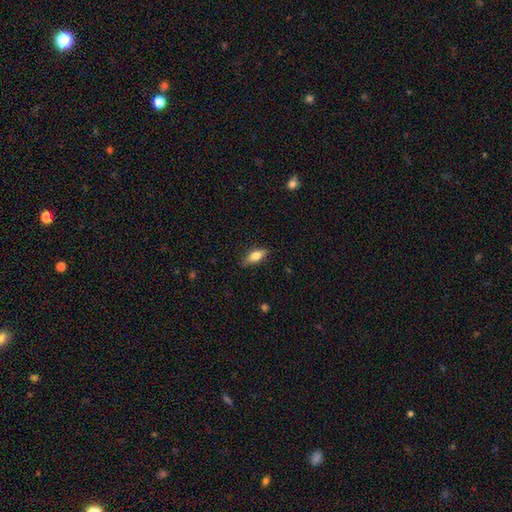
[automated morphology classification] A smooth galaxy with no disk features (67%) that is in between round and cigar-shaped (74%).

Vote fractions:
- Smooth or featured? smooth: 67% / featured or disk: 26% / star or artifact: 7%
- How rounded? in between: 74% / cigar-shaped: 23% / round: 4%
- Merging? none: 83% / minor disturbance: 14% / major disturbance: 3% / merger: 1%